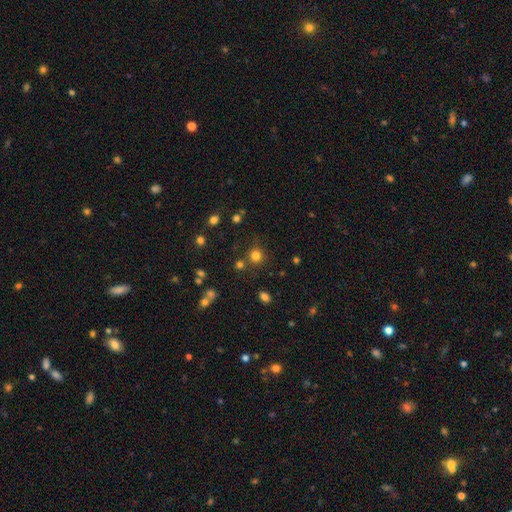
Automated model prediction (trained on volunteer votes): The model was most divided on "smooth or featured": smooth: 78%, star or artifact: 17%, featured or disk: 6%. More confident: how rounded — round (92%); merging — none (78%).